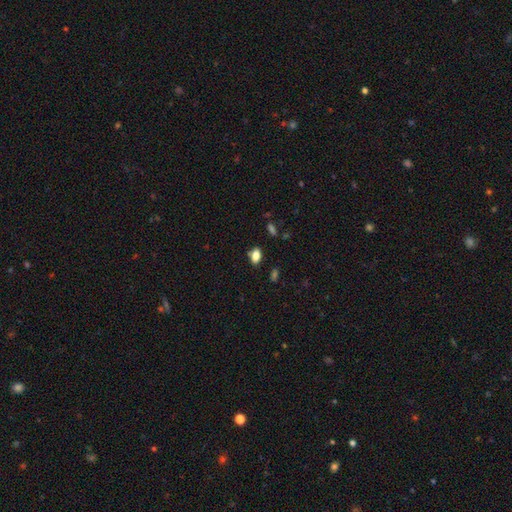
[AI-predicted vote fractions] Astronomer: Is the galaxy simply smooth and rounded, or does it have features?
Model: smooth — 82%.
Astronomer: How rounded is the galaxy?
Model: in between — 87%.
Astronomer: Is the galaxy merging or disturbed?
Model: none — 80%.